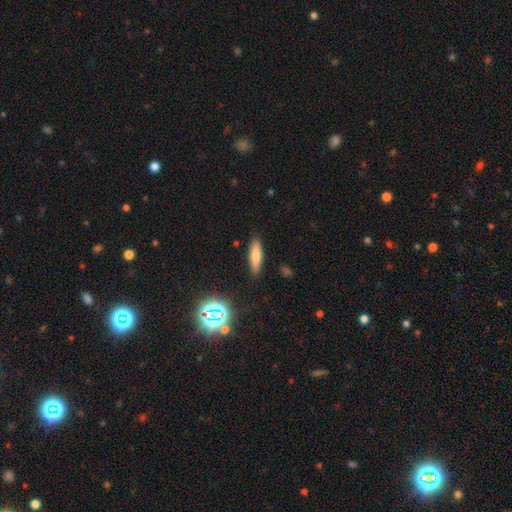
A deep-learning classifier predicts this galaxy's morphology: This is likely a smooth galaxy (71%). How rounded: likely cigar-shaped (66%). Merging: clearly none (87%).